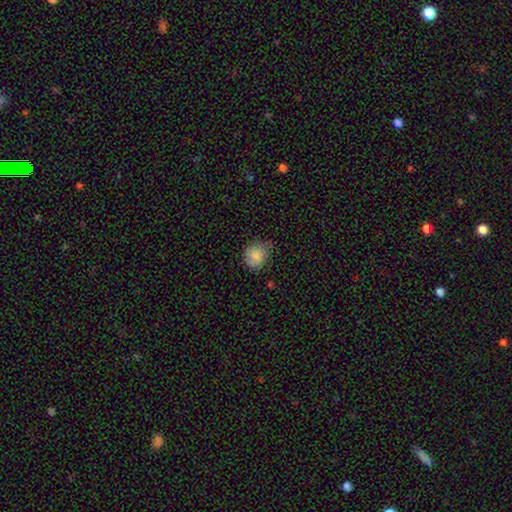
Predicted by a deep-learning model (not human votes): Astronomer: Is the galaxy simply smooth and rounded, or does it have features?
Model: smooth — 85%.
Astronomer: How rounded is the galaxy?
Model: round — 74%.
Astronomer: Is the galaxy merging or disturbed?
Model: none — 56% (runner-up: minor disturbance, 35%).